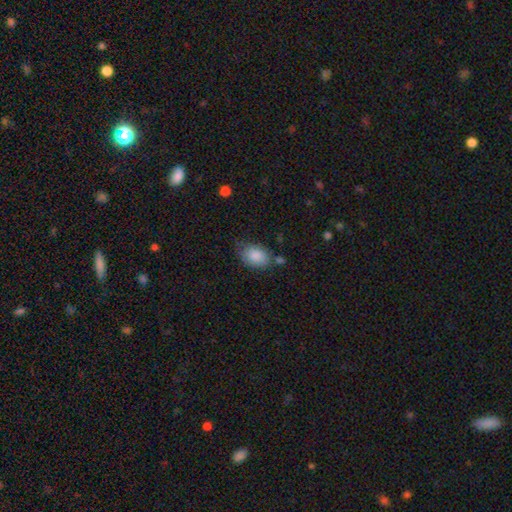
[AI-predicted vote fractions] A smooth galaxy with no disk features (86%) that is in between round and cigar-shaped (81%).

Vote fractions:
- Smooth or featured? smooth: 86% / star or artifact: 7% / featured or disk: 7%
- How rounded? in between: 81% / round: 18% / cigar-shaped: 1%
- Merging? none: 61% / minor disturbance: 27% / major disturbance: 7% / merger: 6%